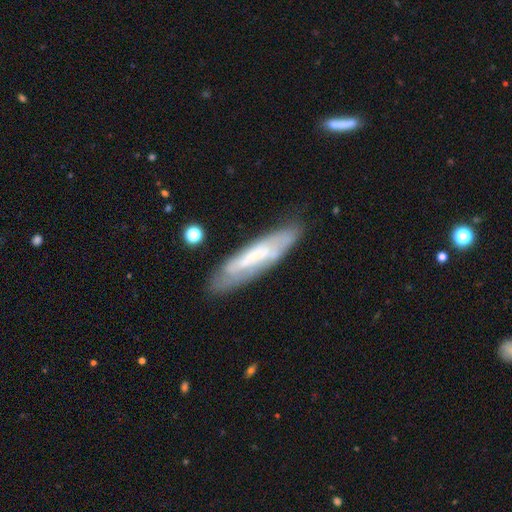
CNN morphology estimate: This appears to be a featured or disk galaxy (53%). Merging: none (72%).